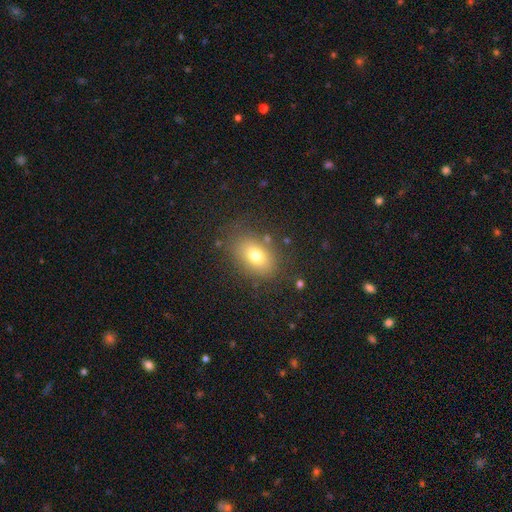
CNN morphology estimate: type=smooth (74%); roundness=in between (80%); merging=none (79%).